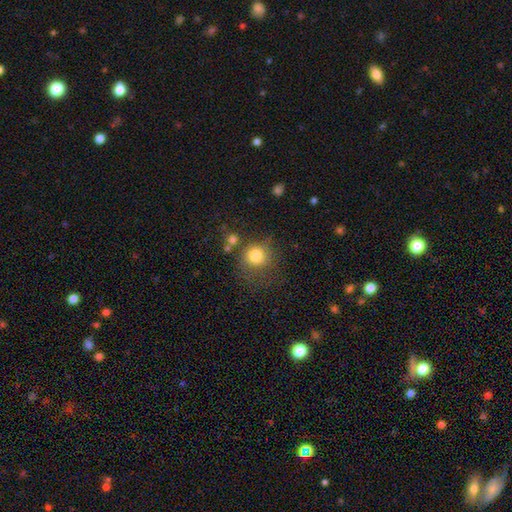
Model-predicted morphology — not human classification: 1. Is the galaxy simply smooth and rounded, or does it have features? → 81% smooth, 11% star or artifact, 8% featured or disk.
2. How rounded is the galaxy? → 87% round, 12% in between, 1% cigar-shaped.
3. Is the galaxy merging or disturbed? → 59% none, 19% minor disturbance, 12% major disturbance, 10% merger.